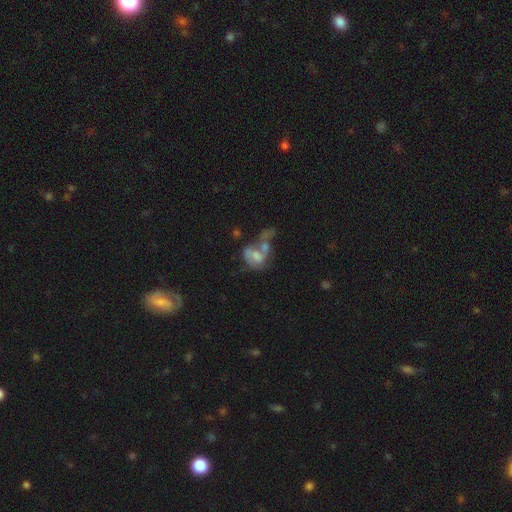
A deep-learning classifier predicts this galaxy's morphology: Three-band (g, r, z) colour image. It shows a featured or disk galaxy (46%). Merging: merger (55%).